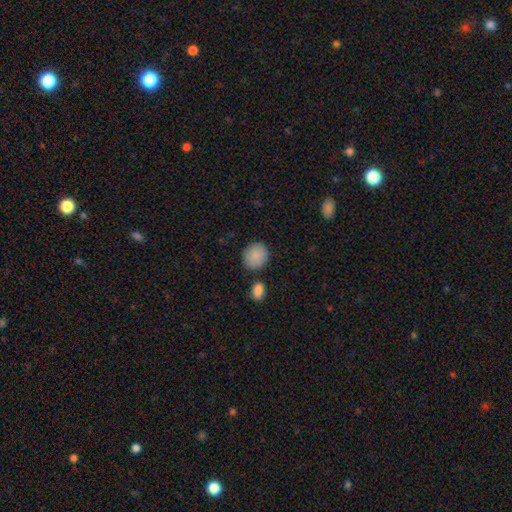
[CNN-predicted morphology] Q: Smooth or featured?
A: smooth (88%); runner-up: star or artifact (7%)
Q: How rounded?
A: round (79%); runner-up: in between (20%)
Q: Merging?
A: none (80%); runner-up: minor disturbance (12%)